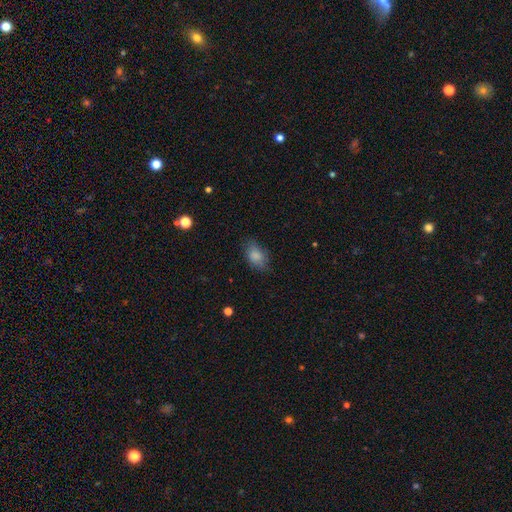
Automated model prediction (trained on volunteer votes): Smooth or featured? Predicted: smooth (p=0.83). How rounded? Predicted: in between (p=0.87). Merging? Predicted: none (p=0.71).